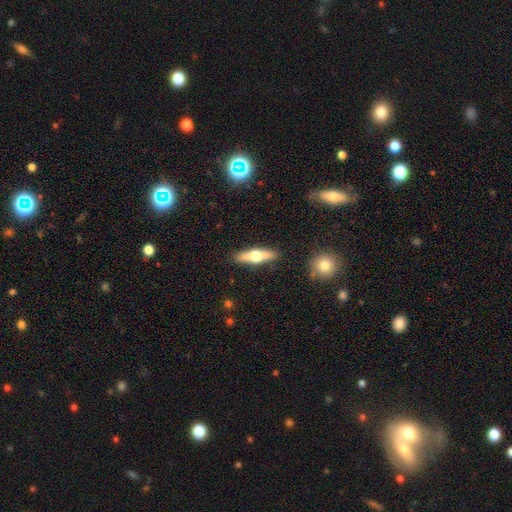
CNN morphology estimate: featured or disk 57%, smooth 37%, star or artifact 6%. Down the decision tree: edge-on disk — yes (93%); edge-on bulge — rounded (95%); merging — none (89%).